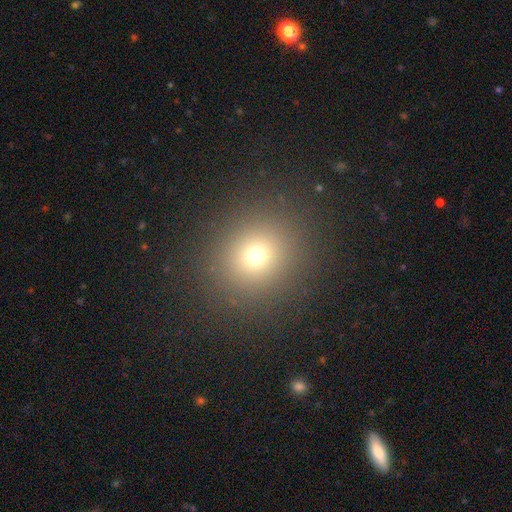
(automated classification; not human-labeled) Morphology: type=smooth (70%); roundness=round (87%); merging=none (89%).